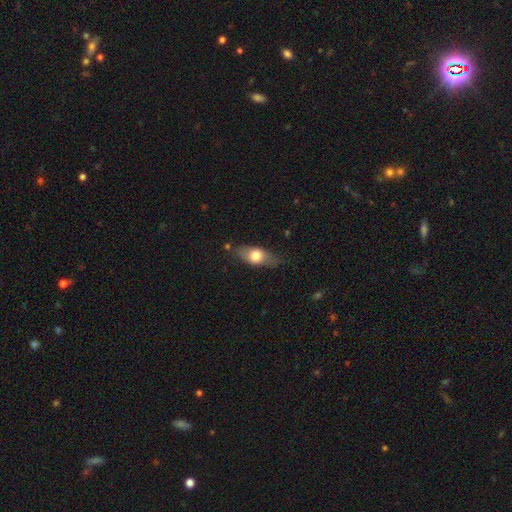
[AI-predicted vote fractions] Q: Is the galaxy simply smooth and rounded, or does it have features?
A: smooth — 67%.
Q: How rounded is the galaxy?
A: in between — 77%.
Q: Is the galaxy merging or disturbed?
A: none — 72%.